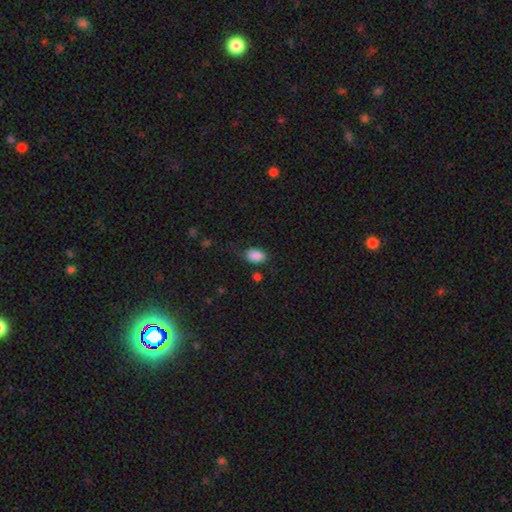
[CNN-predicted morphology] This appears to be a smooth galaxy with no disk features (87%) that is in between round and cigar-shaped (86%). Merging: none (69%).